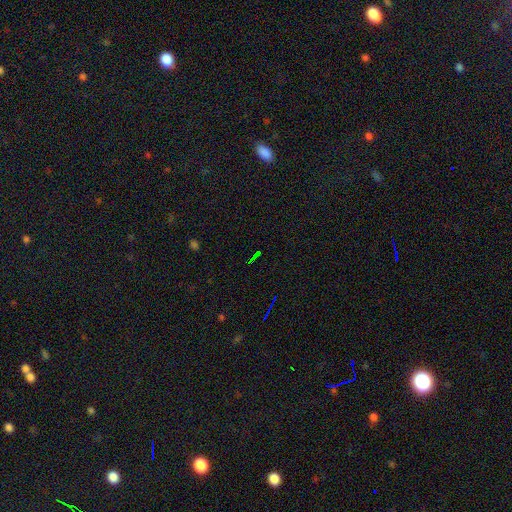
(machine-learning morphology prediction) Smooth or featured? Predicted: star or artifact (p=0.72).